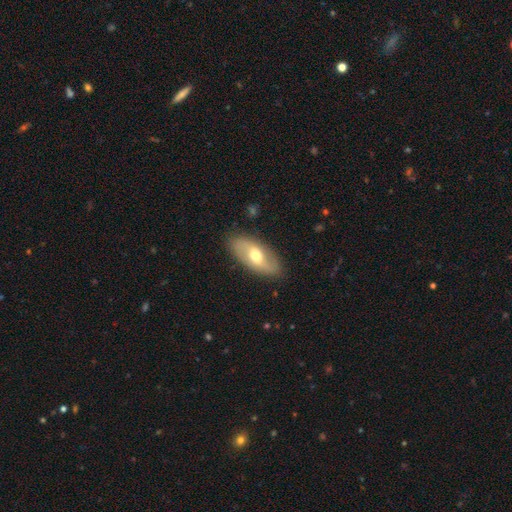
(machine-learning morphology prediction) Q: Smooth or featured?
A: featured or disk (50%); runner-up: smooth (45%)
Q: Merging?
A: none (86%); runner-up: minor disturbance (11%)